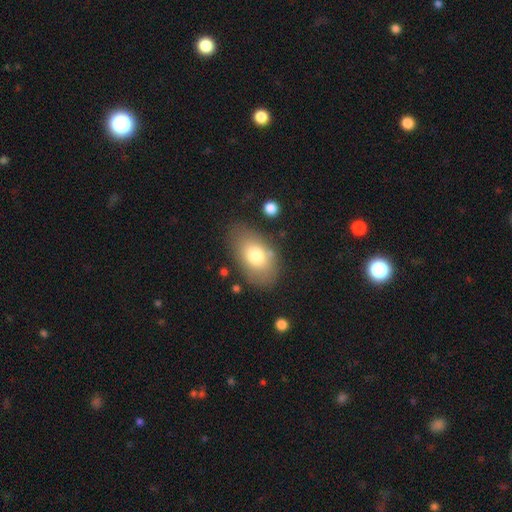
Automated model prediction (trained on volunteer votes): Q: Smooth or featured?
A: smooth (75%); runner-up: featured or disk (17%)
Q: How rounded?
A: in between (88%); runner-up: round (11%)
Q: Merging?
A: none (72%); runner-up: minor disturbance (17%)